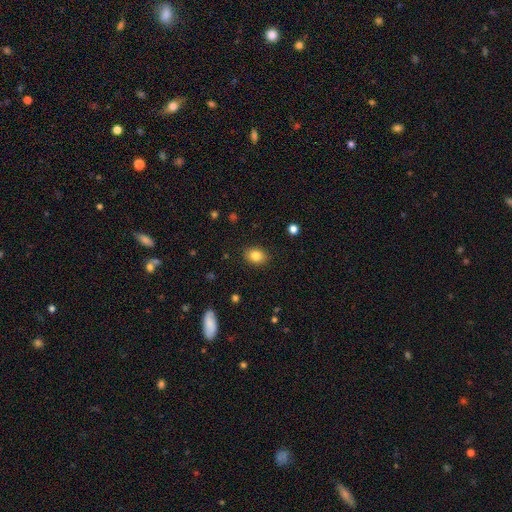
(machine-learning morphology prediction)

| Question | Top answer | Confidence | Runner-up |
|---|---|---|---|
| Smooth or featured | smooth | 83% | star or artifact (10%) |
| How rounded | in between | 62% | round (37%) |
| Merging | none | 88% | minor disturbance (8%) |